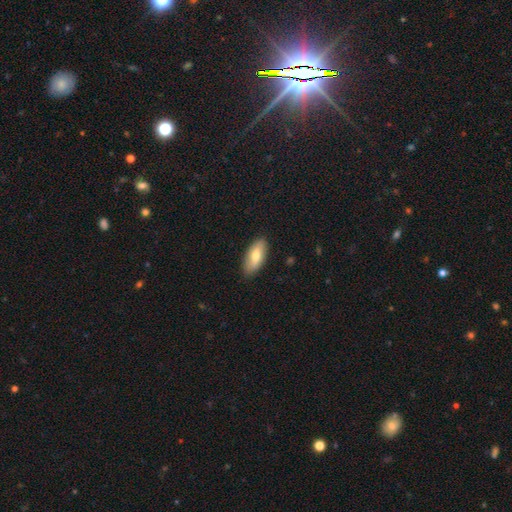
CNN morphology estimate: smooth-or-featured: smooth: 74% | featured or disk: 21% | star or artifact: 6%
  how-rounded: in between: 85% | cigar-shaped: 12% | round: 2%
  merging: none: 86% | minor disturbance: 11% | major disturbance: 2% | merger: 1%